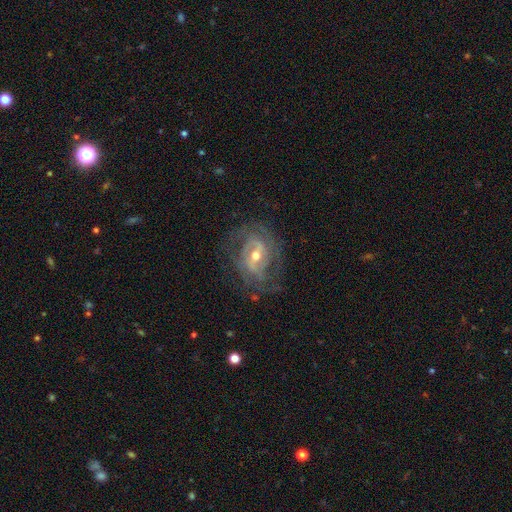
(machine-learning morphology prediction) featured or disk 85%, smooth 9%, star or artifact 6%. Down the decision tree: edge-on disk — no (96%); bar — weak (44%); spiral arms — yes (90%); spiral arm count — 2 (42%); spiral winding — tight (45%); bulge size — moderate (64%); merging — none (68%).